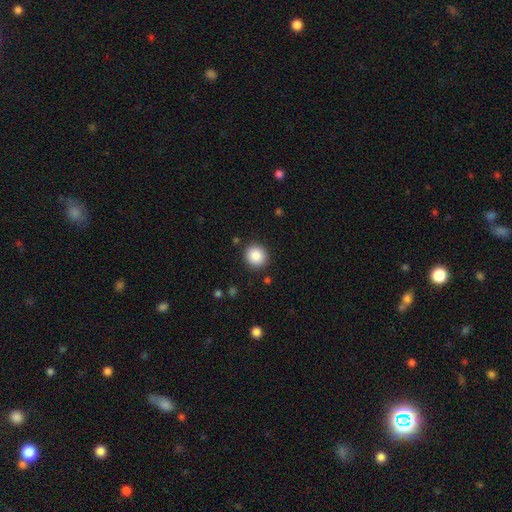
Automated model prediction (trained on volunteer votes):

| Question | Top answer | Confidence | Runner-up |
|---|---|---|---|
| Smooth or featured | smooth | 87% | star or artifact (9%) |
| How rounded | round | 90% | in between (9%) |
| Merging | none | 90% | minor disturbance (6%) |